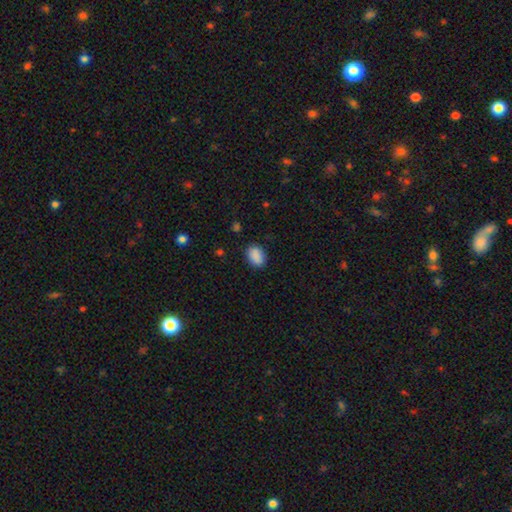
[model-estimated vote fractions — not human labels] smooth-or-featured: smooth: 89% | star or artifact: 8% | featured or disk: 3%
  how-rounded: in between: 79% | round: 20% | cigar-shaped: 1%
  merging: none: 86% | minor disturbance: 11% | major disturbance: 3% | merger: 1%